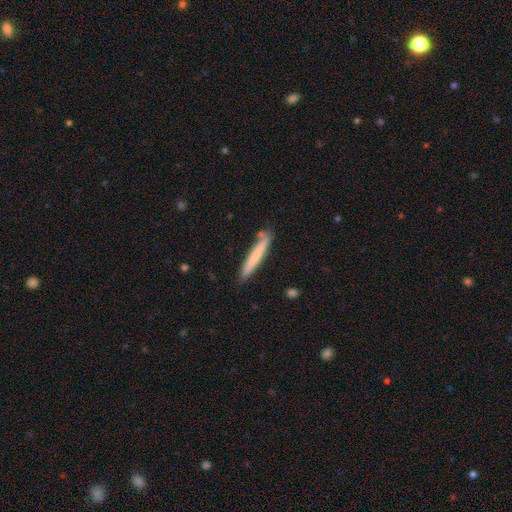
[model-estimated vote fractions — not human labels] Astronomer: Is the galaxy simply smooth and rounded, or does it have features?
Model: smooth — 69%.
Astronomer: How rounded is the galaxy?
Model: cigar-shaped — 96%.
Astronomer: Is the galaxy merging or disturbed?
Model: none — 82%.